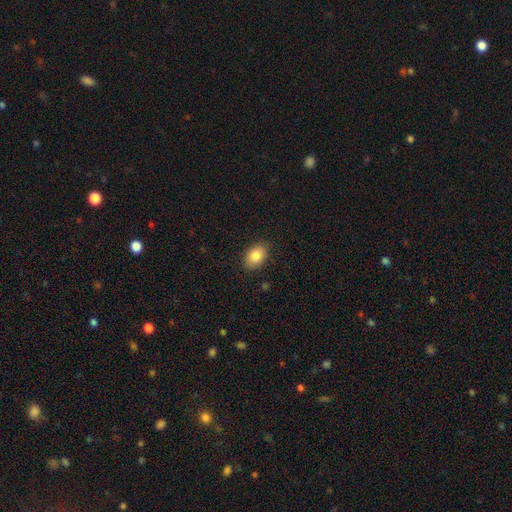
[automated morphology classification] This appears to be a smooth galaxy with no disk features (84%) that is in between round and cigar-shaped (81%). Merging: none (87%).